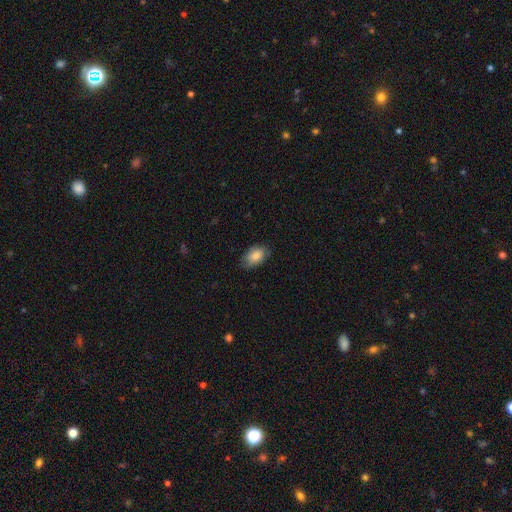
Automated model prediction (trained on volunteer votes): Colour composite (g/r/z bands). It shows a smooth galaxy with no disk features (83%) that is in between round and cigar-shaped (89%). Merging: none (75%).